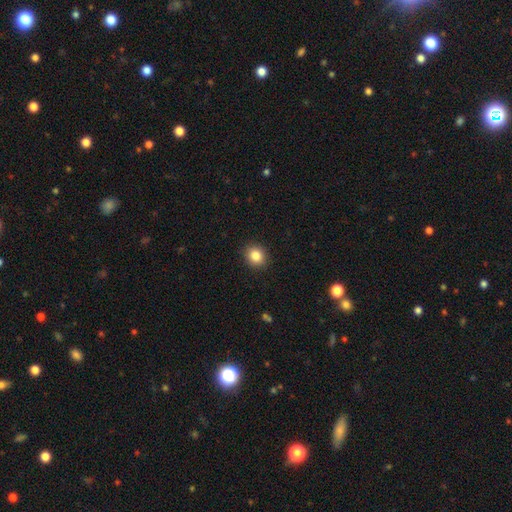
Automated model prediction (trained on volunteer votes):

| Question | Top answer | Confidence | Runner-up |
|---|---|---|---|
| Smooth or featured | smooth | 84% | star or artifact (10%) |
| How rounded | round | 75% | in between (24%) |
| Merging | none | 91% | minor disturbance (6%) |